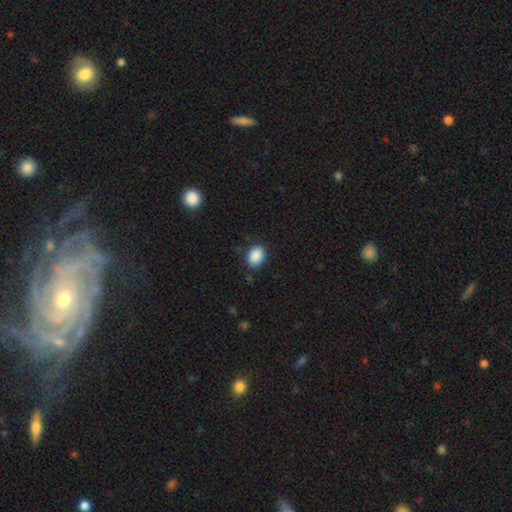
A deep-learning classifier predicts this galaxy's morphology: Overall: smooth (89%). How rounded: in between (66%; round 33%). Merging: none (85%).